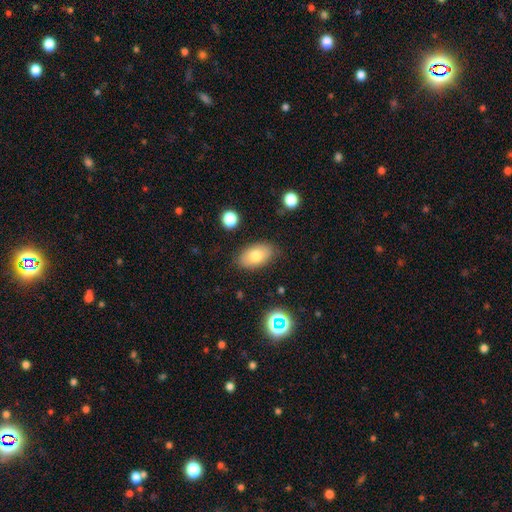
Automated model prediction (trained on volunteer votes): Smooth or featured: smooth — 76% (featured or disk — 16%)
How rounded: in between — 92% (round — 6%)
Merging: none — 82% (minor disturbance — 13%)